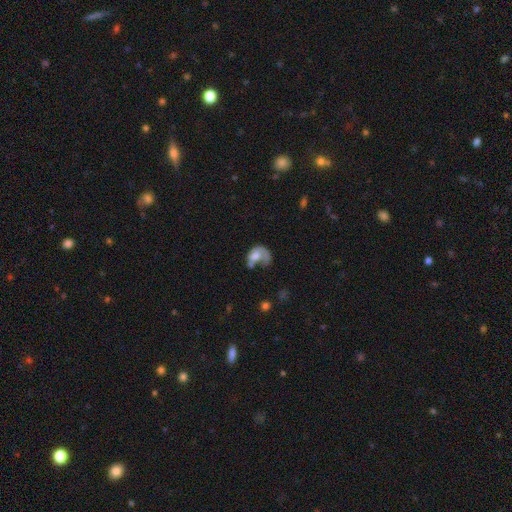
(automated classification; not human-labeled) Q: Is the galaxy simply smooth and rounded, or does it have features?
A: smooth — 51%.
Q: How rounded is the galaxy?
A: in between — 68%.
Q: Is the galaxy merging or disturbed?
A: major disturbance — 43%.